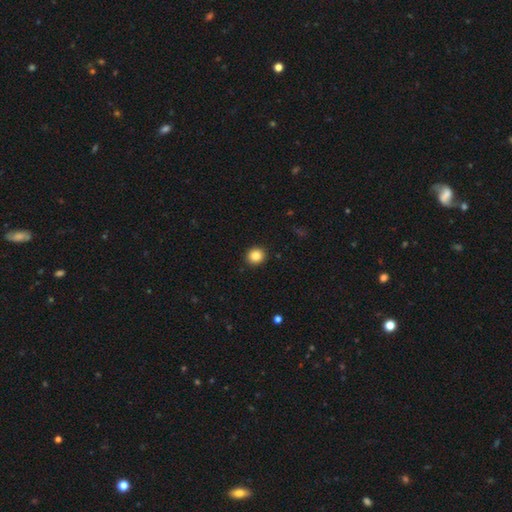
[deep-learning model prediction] Smooth or featured?
  - smooth: 85% *
  - star or artifact: 10%
  - featured or disk: 5%
How rounded?
  - round: 89% *
  - in between: 10%
  - cigar-shaped: 1%
Merging?
  - none: 93% *
  - minor disturbance: 5%
  - major disturbance: 2%
  - merger: 1%